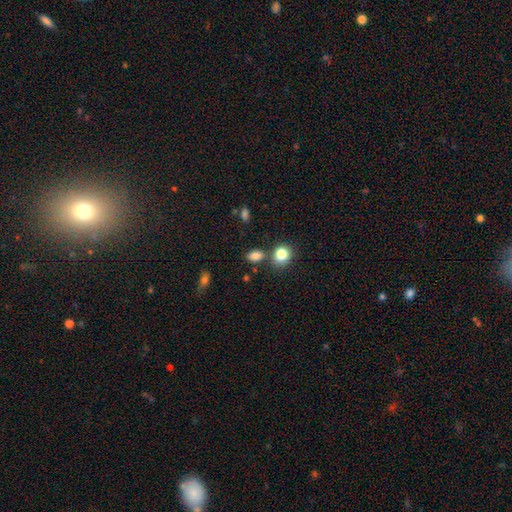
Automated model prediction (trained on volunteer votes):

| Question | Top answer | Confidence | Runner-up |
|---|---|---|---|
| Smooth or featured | smooth | 83% | star or artifact (11%) |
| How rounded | in between | 71% | round (27%) |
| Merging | none | 70% | merger (14%) |